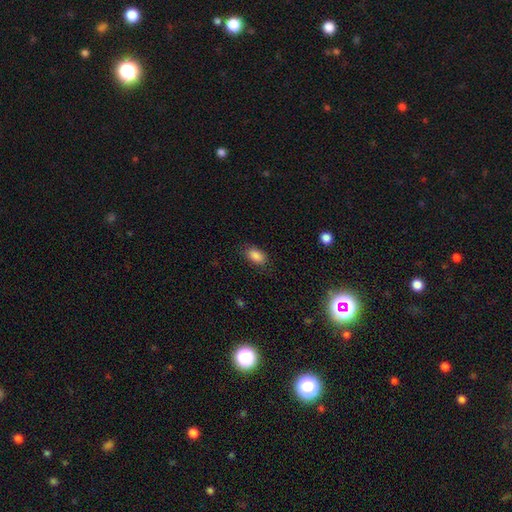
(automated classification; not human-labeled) Overall: smooth (88%). How rounded: in between (91%). Merging: none (82%).